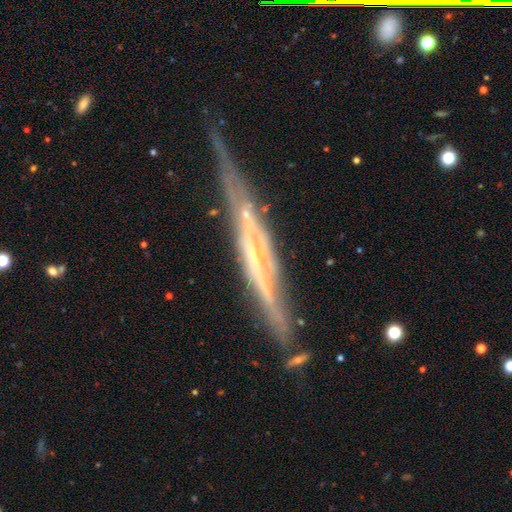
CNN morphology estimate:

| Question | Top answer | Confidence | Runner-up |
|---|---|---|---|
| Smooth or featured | featured or disk | 83% | smooth (10%) |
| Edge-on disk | yes | 94% | no (6%) |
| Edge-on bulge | none | 43% | rounded (40%) |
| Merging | none | 69% | minor disturbance (21%) |